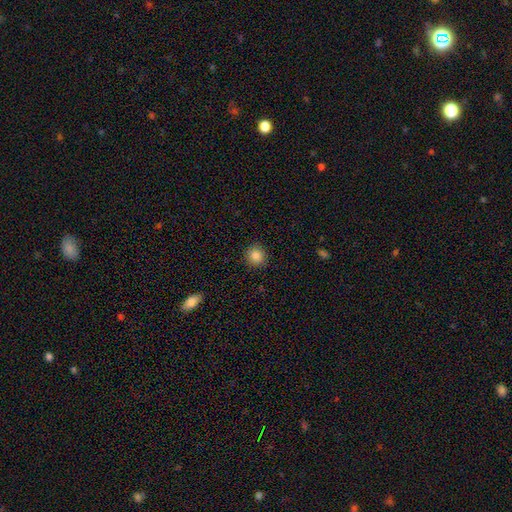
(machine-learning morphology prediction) Overall: smooth (86%). How rounded: round (88%). Merging: none (91%).